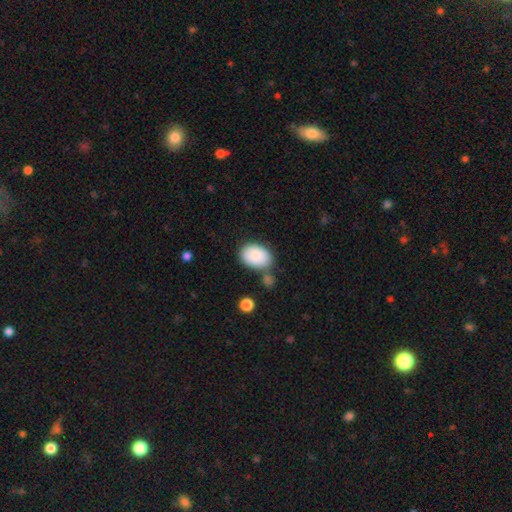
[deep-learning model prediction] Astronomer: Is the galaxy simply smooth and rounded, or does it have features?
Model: smooth — 86%.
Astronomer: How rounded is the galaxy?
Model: in between — 86%.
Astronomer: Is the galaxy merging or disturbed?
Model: none — 65%.